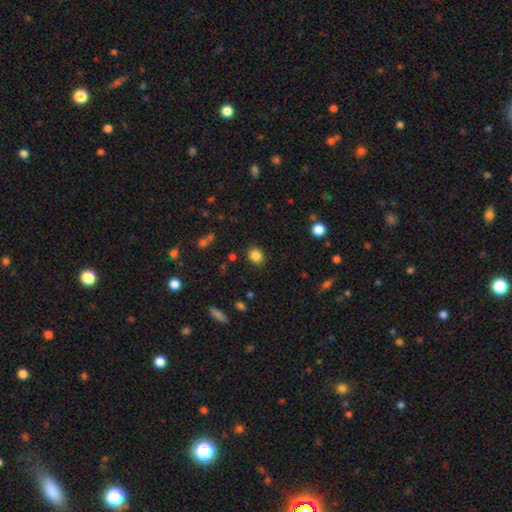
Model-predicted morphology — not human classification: Smooth or featured: smooth — 85% (star or artifact — 11%)
How rounded: round — 59% (in between — 40%)
Merging: none — 87% (minor disturbance — 9%)